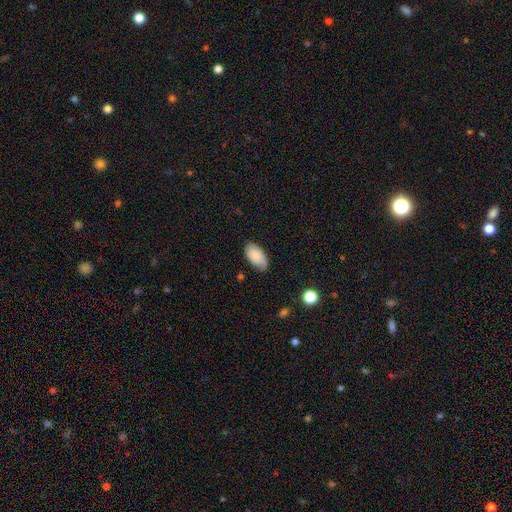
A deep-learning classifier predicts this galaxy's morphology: A smooth galaxy with no disk features (79%) that is in between round and cigar-shaped (95%). Merging: none (70%).